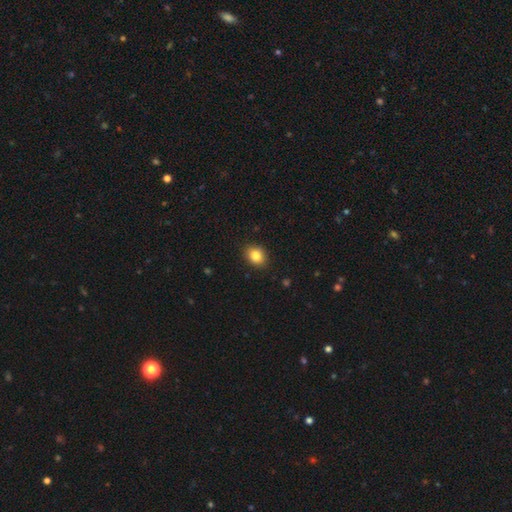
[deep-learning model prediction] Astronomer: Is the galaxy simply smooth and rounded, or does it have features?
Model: smooth — 84%.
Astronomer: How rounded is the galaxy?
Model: in between — 54% (runner-up: round, 45%).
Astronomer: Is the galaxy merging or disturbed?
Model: none — 88%.